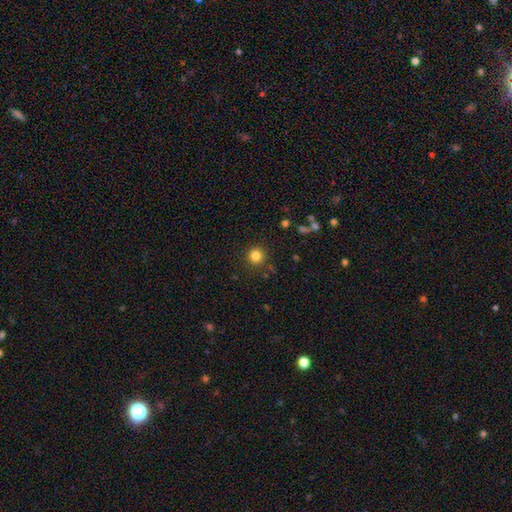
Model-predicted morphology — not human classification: Smooth or featured?
  - smooth: 83% *
  - star or artifact: 12%
  - featured or disk: 5%
How rounded?
  - round: 94% *
  - in between: 6%
  - cigar-shaped: 1%
Merging?
  - none: 89% *
  - minor disturbance: 7%
  - major disturbance: 3%
  - merger: 2%